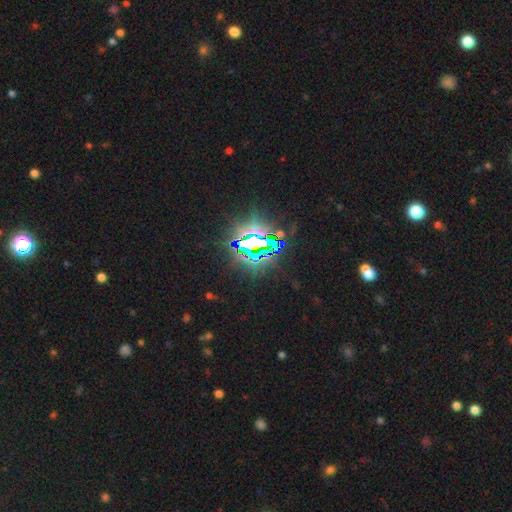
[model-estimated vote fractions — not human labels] Smooth or featured? Predicted: star or artifact (p=0.83).